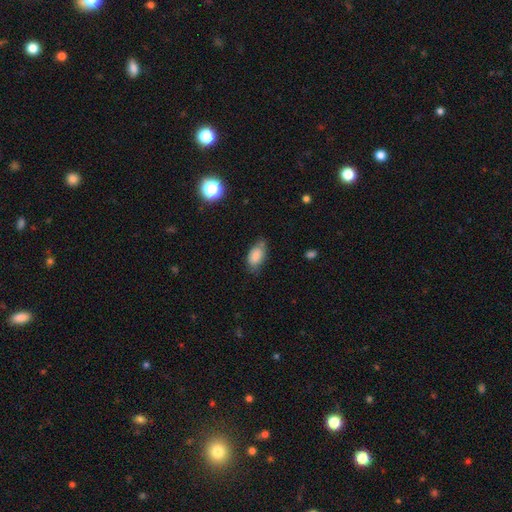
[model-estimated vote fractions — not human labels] smooth 83%, featured or disk 9%, star or artifact 8%. Down the decision tree: how rounded — in between (91%); merging — none (61%).